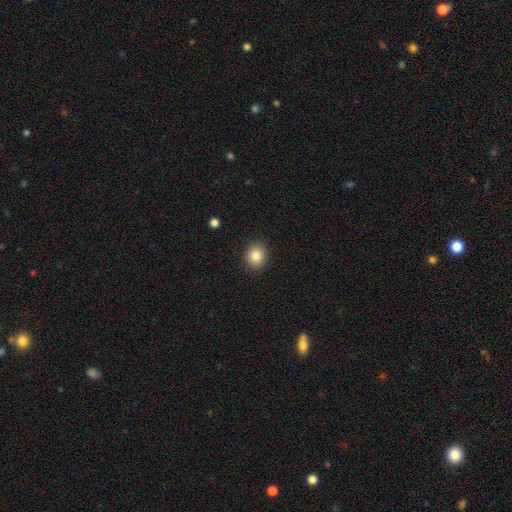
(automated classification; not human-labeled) smooth_or_featured: smooth (p=0.85) [alt: star or artifact p=0.10]
how_rounded: round (p=0.73) [alt: in between p=0.26]
merging: none (p=0.90) [alt: minor disturbance p=0.07]